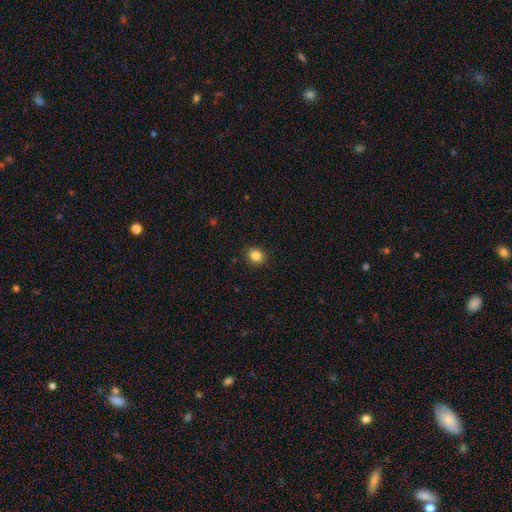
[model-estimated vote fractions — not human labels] Smooth or featured? smooth (85%)
How rounded? round (62%)
Merging? none (90%)